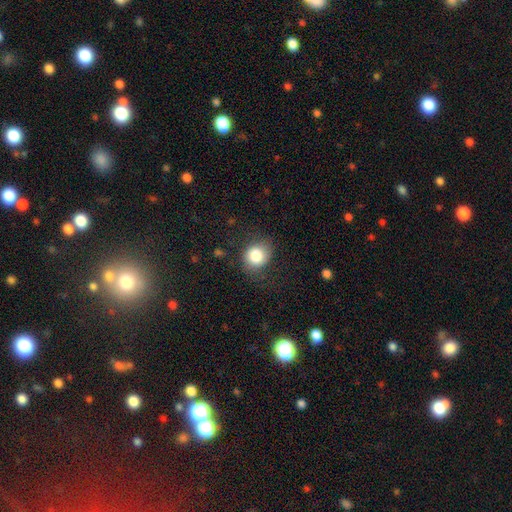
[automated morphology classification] smooth_or_featured: smooth (p=0.83) [alt: star or artifact p=0.09]
how_rounded: round (p=0.66) [alt: in between p=0.33]
merging: none (p=0.72) [alt: minor disturbance p=0.18]